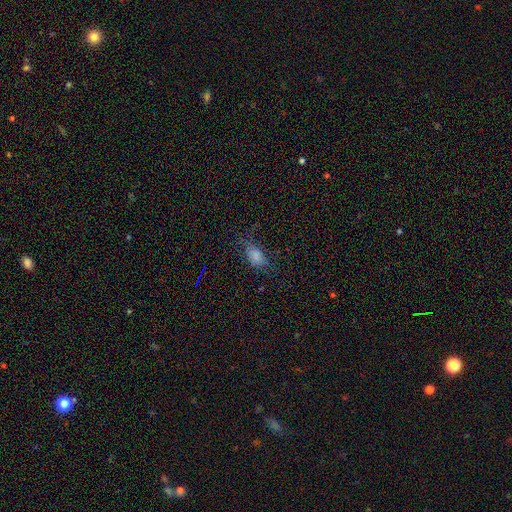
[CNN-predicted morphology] Smooth or featured? smooth (74%)
How rounded? in between (88%)
Merging? none (53%)